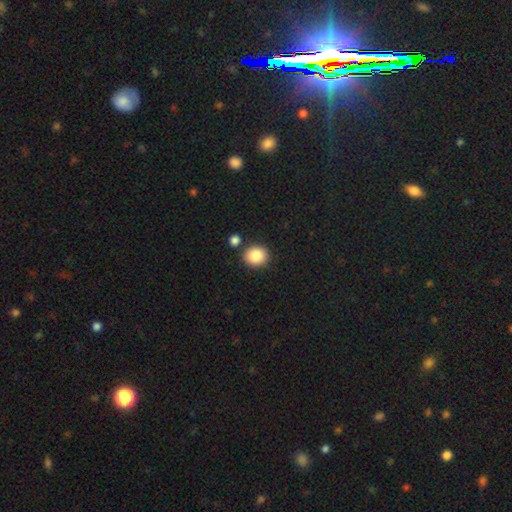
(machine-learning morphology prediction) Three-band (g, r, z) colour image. It shows a smooth galaxy with no disk features (87%) that is round (70%). Merging: none (82%).